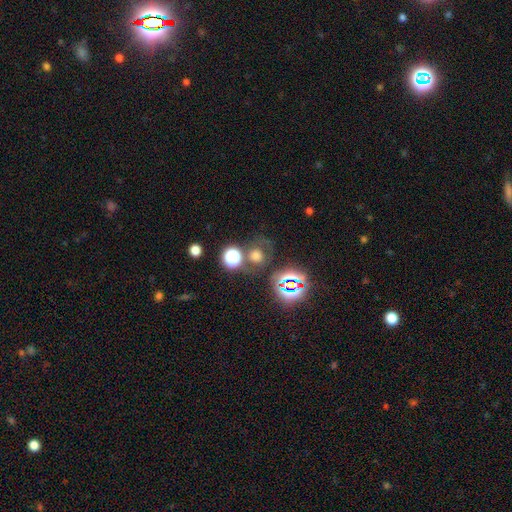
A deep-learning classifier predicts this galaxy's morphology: A smooth galaxy with no disk features (55%) that is round (82%).

Vote fractions:
- Smooth or featured? smooth: 55% / star or artifact: 31% / featured or disk: 13%
- How rounded? round: 82% / in between: 17% / cigar-shaped: 1%
- Merging? none: 62% / merger: 16% / minor disturbance: 13% / major disturbance: 9%